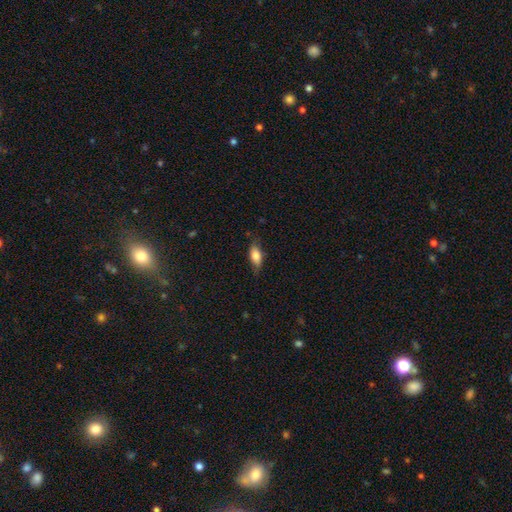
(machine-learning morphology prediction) Q: Smooth or featured?
A: smooth (78%); runner-up: featured or disk (15%)
Q: How rounded?
A: in between (83%); runner-up: cigar-shaped (14%)
Q: Merging?
A: none (71%); runner-up: minor disturbance (23%)